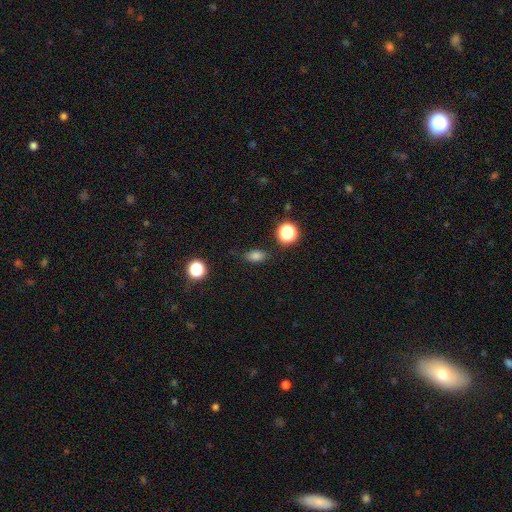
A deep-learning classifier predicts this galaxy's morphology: Overall: smooth (80%). How rounded: in between (80%). Merging: none (83%).